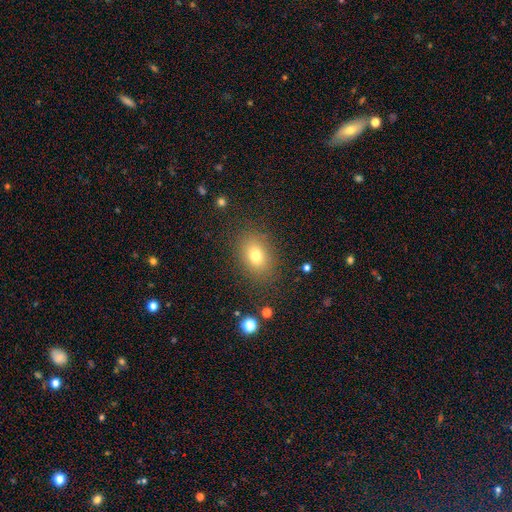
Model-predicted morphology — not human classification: A smooth galaxy with no disk features (75%) that is in between round and cigar-shaped (69%).

Vote fractions:
- Smooth or featured? smooth: 75% / star or artifact: 13% / featured or disk: 12%
- How rounded? in between: 69% / round: 29% / cigar-shaped: 1%
- Merging? none: 84% / minor disturbance: 10% / major disturbance: 4% / merger: 1%